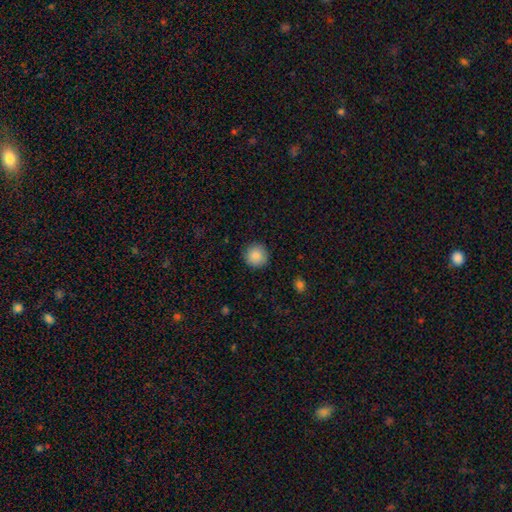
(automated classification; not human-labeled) Smooth or featured? smooth (86%)
How rounded? round (95%)
Merging? none (91%)